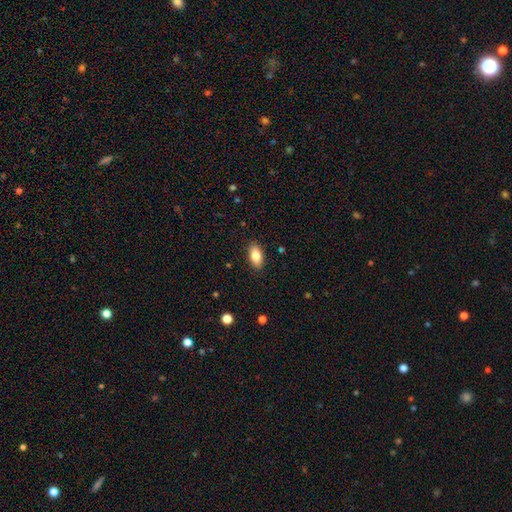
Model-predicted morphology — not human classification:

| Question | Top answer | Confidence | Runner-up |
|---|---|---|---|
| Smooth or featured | smooth | 85% | featured or disk (8%) |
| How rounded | in between | 92% | cigar-shaped (5%) |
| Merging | none | 88% | minor disturbance (9%) |